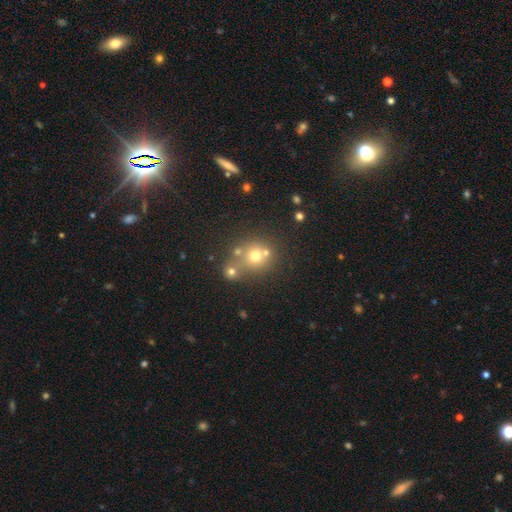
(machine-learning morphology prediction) smooth-or-featured: smooth: 62% | star or artifact: 22% | featured or disk: 17%
  how-rounded: round: 82% | in between: 17% | cigar-shaped: 1%
  merging: none: 55% | merger: 31% | minor disturbance: 9% | major disturbance: 5%